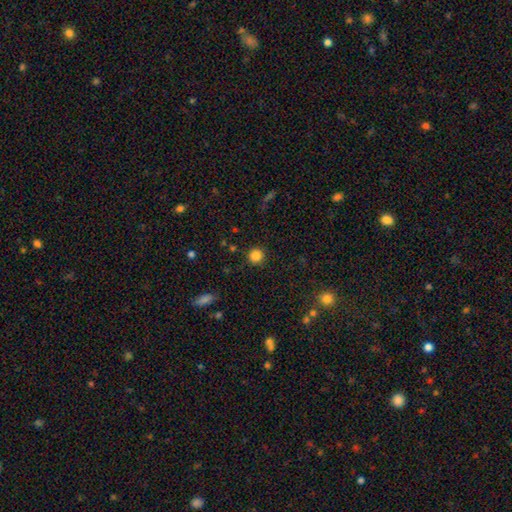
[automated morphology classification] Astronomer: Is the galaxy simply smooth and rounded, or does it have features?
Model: smooth — 85%.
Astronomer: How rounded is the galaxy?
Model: round — 93%.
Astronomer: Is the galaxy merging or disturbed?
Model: none — 90%.